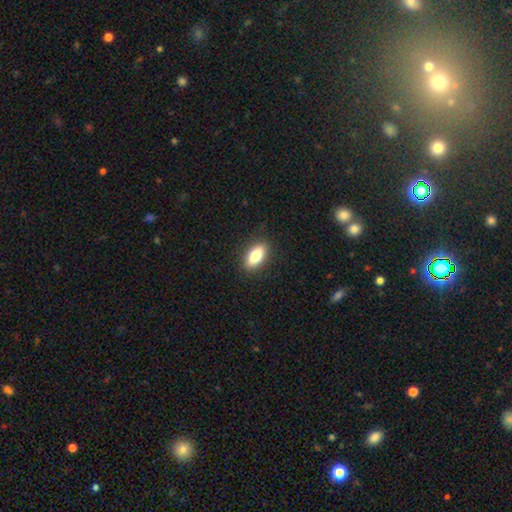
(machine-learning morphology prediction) A smooth galaxy with no disk features (79%) that is in between round and cigar-shaped (83%).

Vote fractions:
- Smooth or featured? smooth: 79% / featured or disk: 14% / star or artifact: 7%
- How rounded? in between: 83% / cigar-shaped: 13% / round: 4%
- Merging? none: 88% / minor disturbance: 8% / major disturbance: 2% / merger: 1%